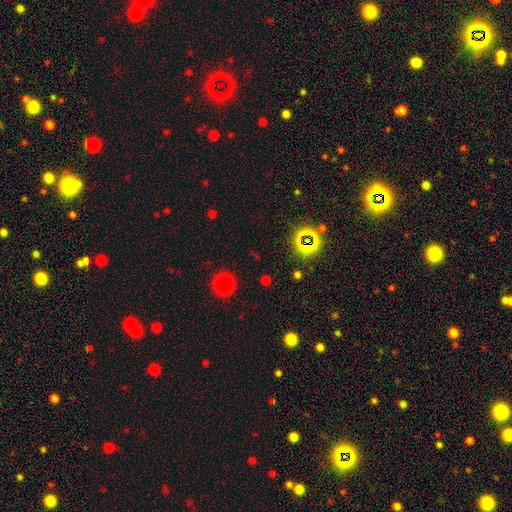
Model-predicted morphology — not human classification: Smooth or featured: star or artifact — 50% (smooth — 43%)